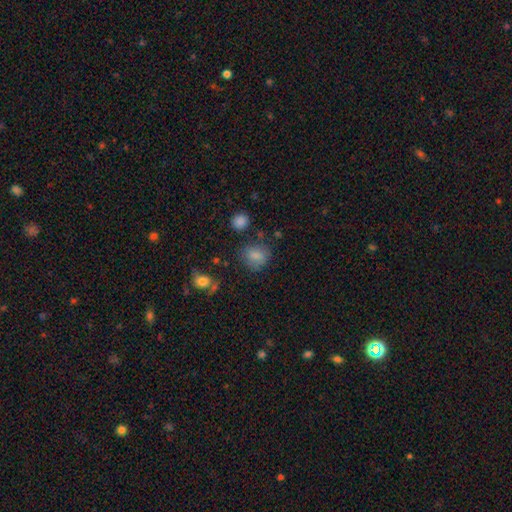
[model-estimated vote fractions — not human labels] Morphology: type=smooth (81%); roundness=round (64%); merging=none (71%).